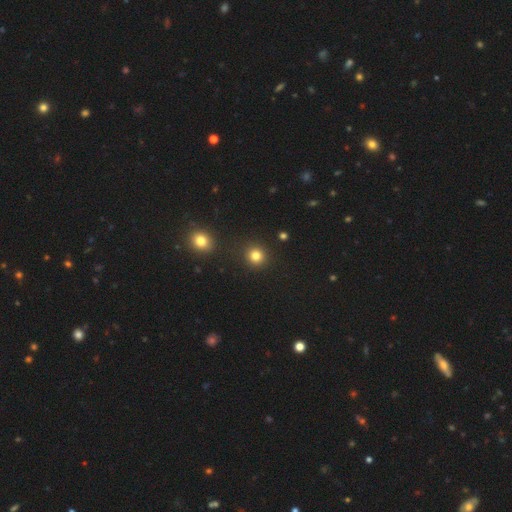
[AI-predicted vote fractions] Q: Smooth or featured?
A: smooth (81%); runner-up: star or artifact (14%)
Q: How rounded?
A: round (91%); runner-up: in between (8%)
Q: Merging?
A: none (90%); runner-up: minor disturbance (5%)